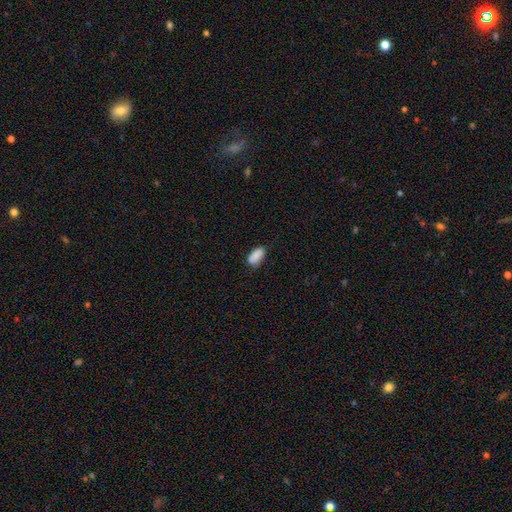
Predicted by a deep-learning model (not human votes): smooth_or_featured: smooth (p=0.86) [alt: star or artifact p=0.07]
how_rounded: in between (p=0.91) [alt: cigar-shaped p=0.06]
merging: none (p=0.69) [alt: minor disturbance p=0.24]